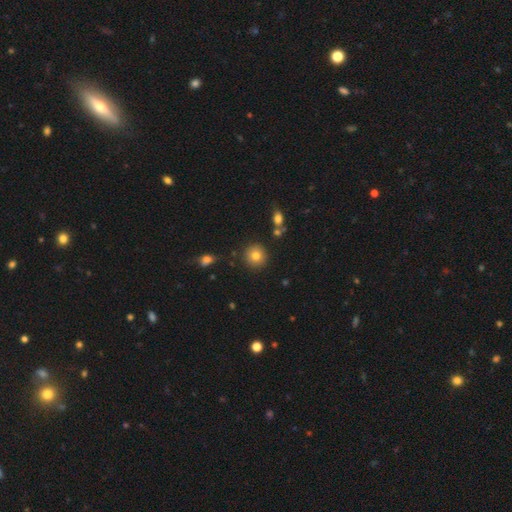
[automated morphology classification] This appears to be a smooth galaxy with no disk features (79%) that is round (92%). Merging: none (87%).